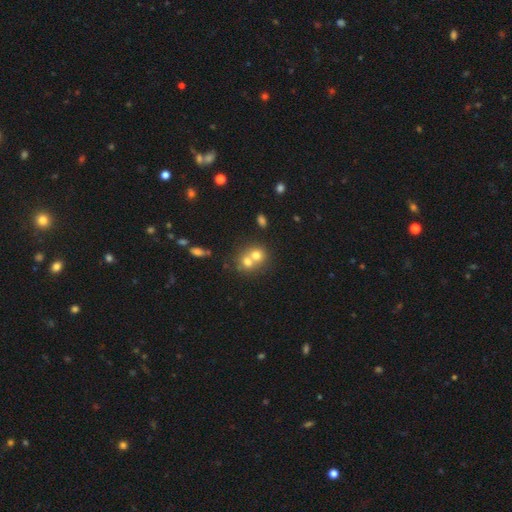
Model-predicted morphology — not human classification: This is likely a smooth galaxy (69%). How rounded: likely round (74%). Merging: likely merger (66%).